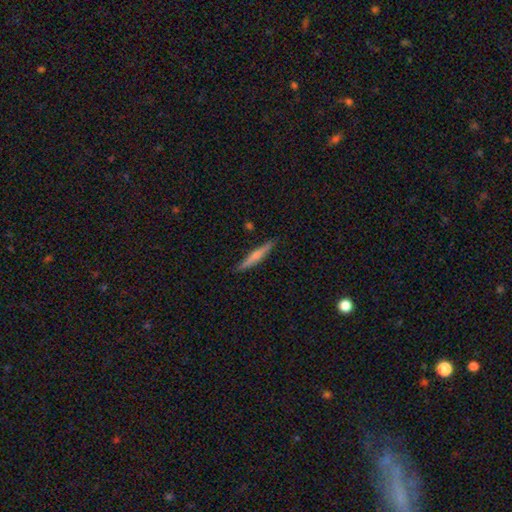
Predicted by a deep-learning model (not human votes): A smooth galaxy with no disk features (48%).

Vote fractions:
- Smooth or featured? smooth: 48% / featured or disk: 46% / star or artifact: 6%
- Merging? none: 88% / minor disturbance: 9% / major disturbance: 2% / merger: 1%